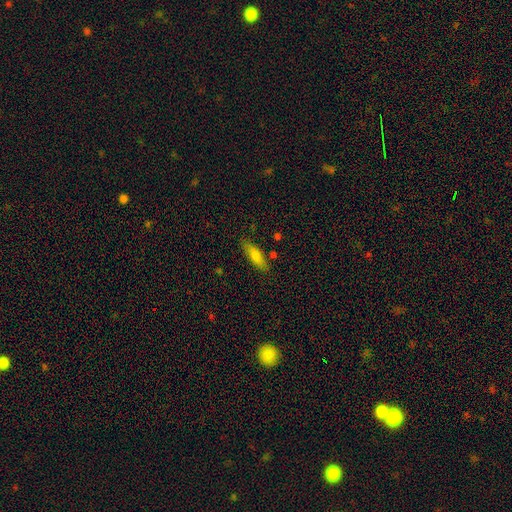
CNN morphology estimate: This is likely a smooth galaxy (73%). How rounded: possibly in between (53%). Merging: clearly none (81%).